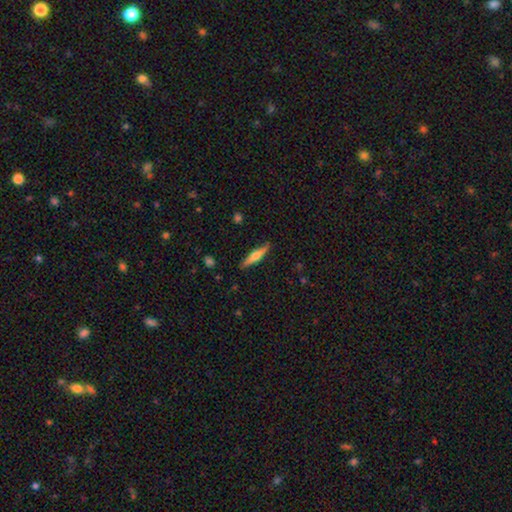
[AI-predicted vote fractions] Smooth or featured?
  - featured or disk: 54% *
  - smooth: 40%
  - star or artifact: 6%
Edge-on disk?
  - yes: 95% *
  - no: 5%
Edge-on bulge?
  - rounded: 91% *
  - none: 5%
  - boxy: 4%
Merging?
  - none: 89% *
  - minor disturbance: 8%
  - major disturbance: 2%
  - merger: 1%